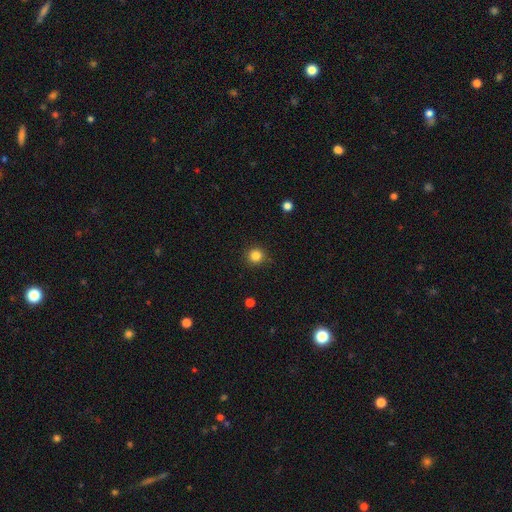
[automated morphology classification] Q: Smooth or featured?
A: smooth (84%); runner-up: star or artifact (12%)
Q: How rounded?
A: round (94%); runner-up: in between (5%)
Q: Merging?
A: none (91%); runner-up: minor disturbance (6%)